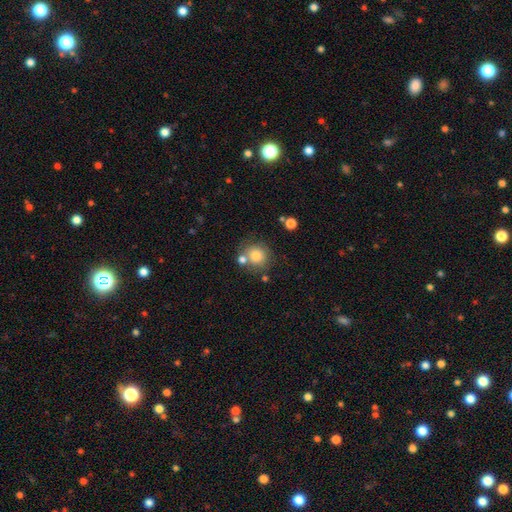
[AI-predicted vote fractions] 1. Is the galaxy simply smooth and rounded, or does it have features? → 79% smooth, 11% featured or disk, 10% star or artifact.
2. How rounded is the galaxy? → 89% round, 10% in between, 1% cigar-shaped.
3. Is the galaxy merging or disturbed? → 64% none, 18% merger, 13% minor disturbance, 5% major disturbance.